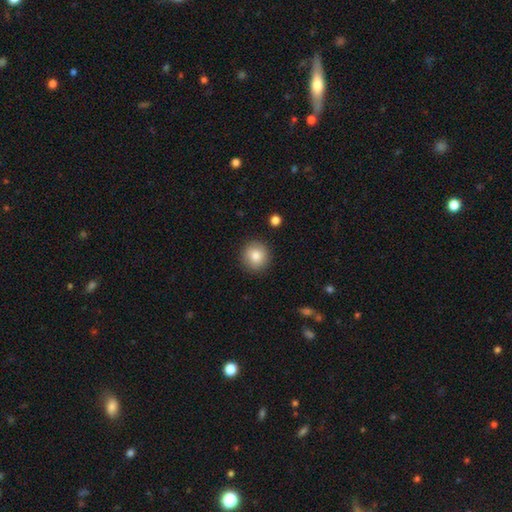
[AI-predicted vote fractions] The model was most divided on "smooth or featured": smooth: 83%, star or artifact: 9%, featured or disk: 8%. More confident: how rounded — round (93%); merging — none (90%).